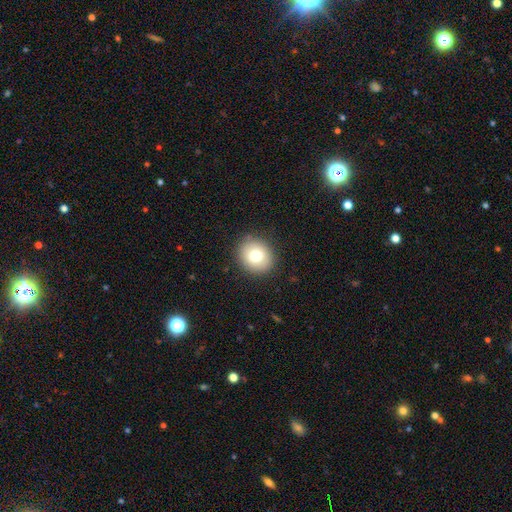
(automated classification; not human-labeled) Morphology: type=smooth (76%); roundness=round (76%); merging=none (89%).